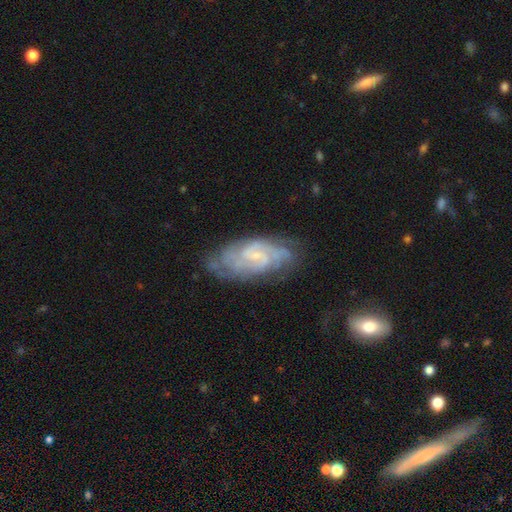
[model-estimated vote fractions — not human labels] smooth-or-featured: featured or disk: 80% | smooth: 13% | star or artifact: 7%
  disk-edge-on: no: 94% | yes: 6%
    bar: weak: 48% | no: 41% | strong: 11%
    has-spiral-arms: yes: 93% | no: 7%
      spiral-winding: tight: 55% | medium: 36% | loose: 10%
      spiral-arm-count: can't tell: 38% | 2: 25% | 3: 16% | 4: 11% | more than 4: 5% | 1: 4%
    bulge-size: small: 65% | moderate: 18% | none: 15% | large: 1% | dominant: 1%
  merging: none: 68% | minor disturbance: 21% | major disturbance: 8% | merger: 2%